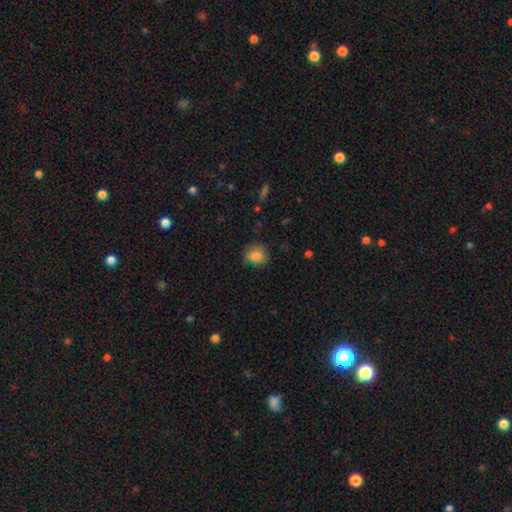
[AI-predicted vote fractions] Morphology: type=smooth (83%); roundness=round (73%); merging=none (72%).